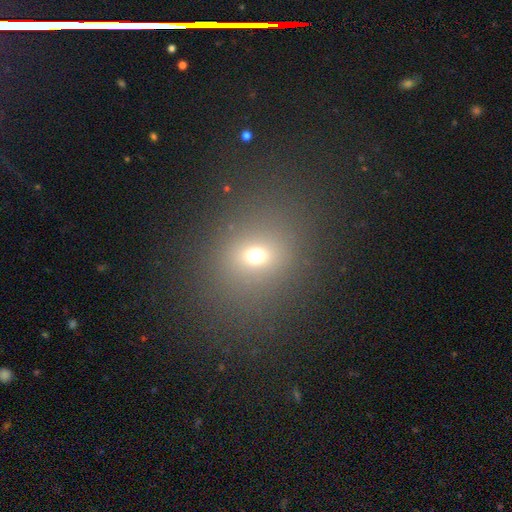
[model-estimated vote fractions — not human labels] Morphology: type=smooth (67%); roundness=round (61%); merging=none (78%).